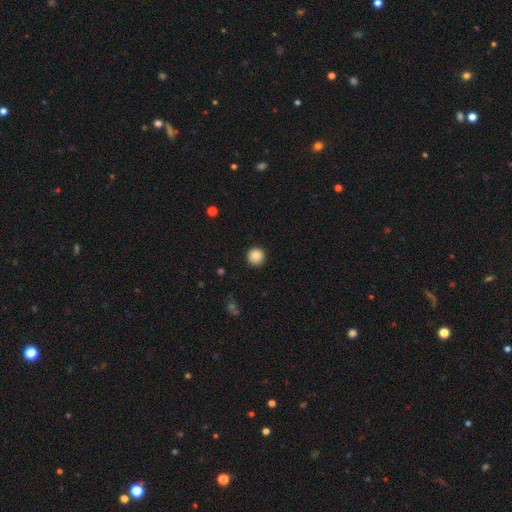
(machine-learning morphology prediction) Smooth or featured: smooth — 88% (star or artifact — 9%)
How rounded: round — 96% (in between — 3%)
Merging: none — 92% (minor disturbance — 5%)